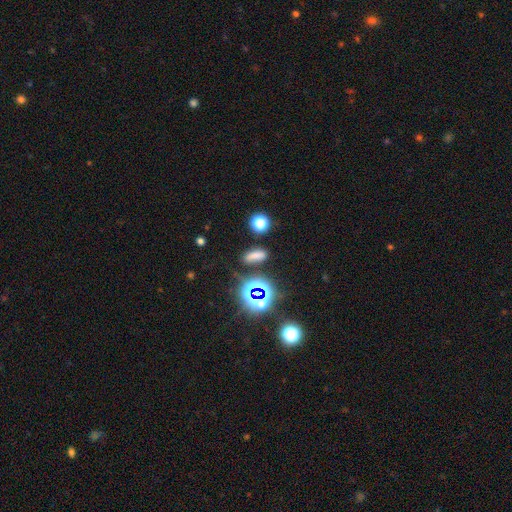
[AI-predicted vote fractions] This is likely a smooth galaxy (63%). How rounded: possibly in between (59%). Merging: likely none (78%).